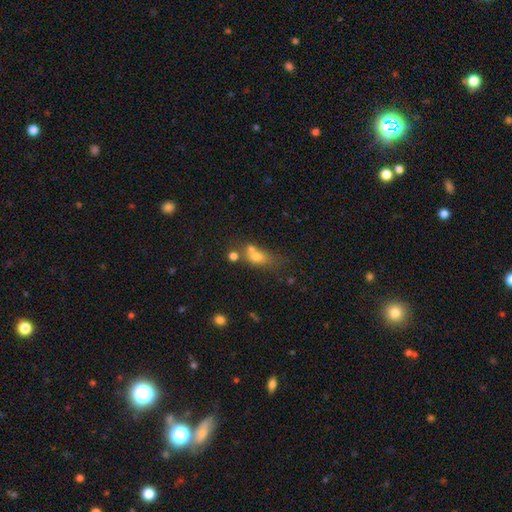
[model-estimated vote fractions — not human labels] smooth 63%, featured or disk 20%, star or artifact 17%. Down the decision tree: how rounded — in between (60%); merging — merger (43%).